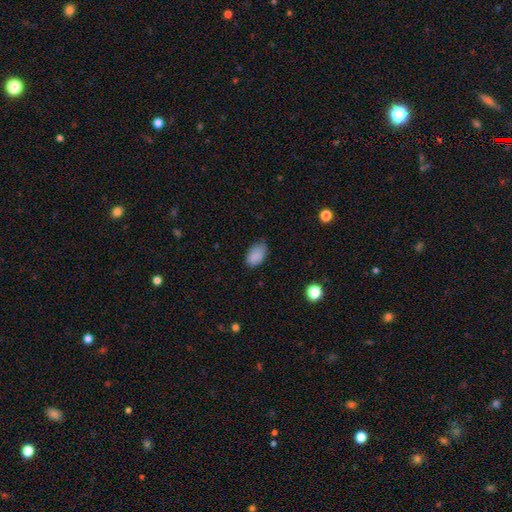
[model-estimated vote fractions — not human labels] Q: Smooth or featured?
A: smooth (87%); runner-up: star or artifact (9%)
Q: How rounded?
A: in between (90%); runner-up: round (9%)
Q: Merging?
A: none (65%); runner-up: minor disturbance (29%)